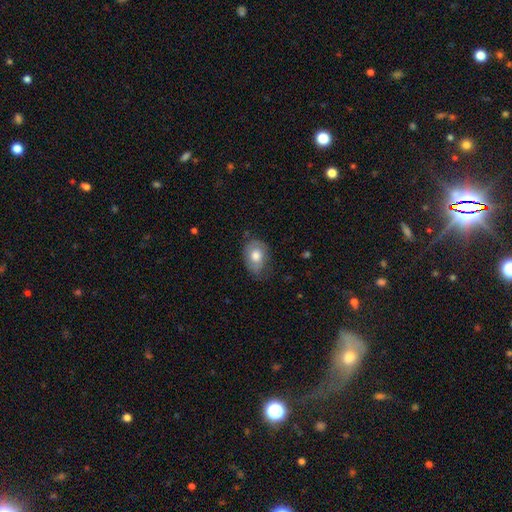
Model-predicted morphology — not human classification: This appears to be a smooth galaxy with no disk features (68%) that is in between round and cigar-shaped (71%). Merging: none (54%).